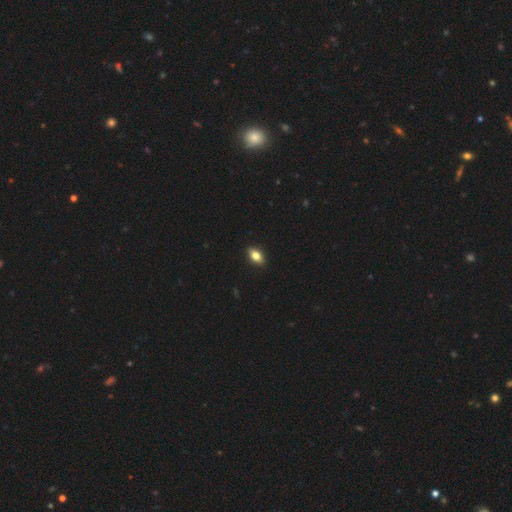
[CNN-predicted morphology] Smooth or featured?
  - smooth: 78% *
  - featured or disk: 14%
  - star or artifact: 8%
How rounded?
  - in between: 88% *
  - round: 7%
  - cigar-shaped: 5%
Merging?
  - none: 90% *
  - minor disturbance: 7%
  - major disturbance: 2%
  - merger: 1%